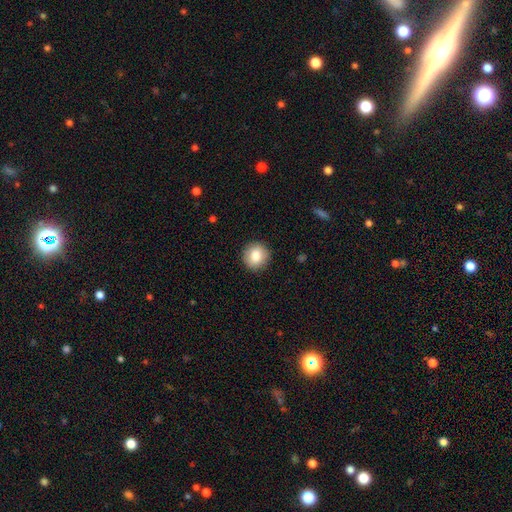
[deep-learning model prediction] This is clearly a smooth galaxy (83%). How rounded: clearly round (92%). Merging: clearly none (92%).